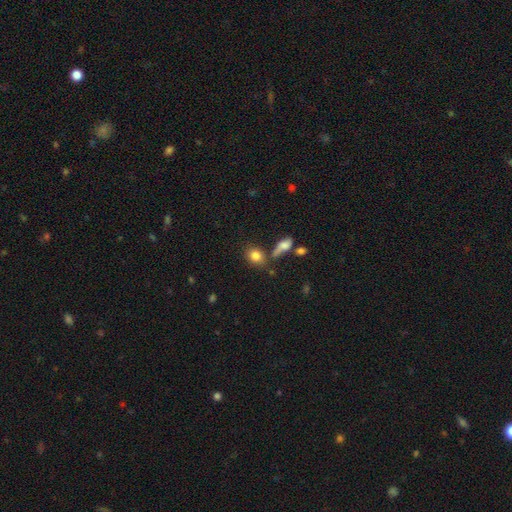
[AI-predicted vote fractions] Smooth or featured: smooth — 82% (star or artifact — 10%)
How rounded: in between — 55% (round — 42%)
Merging: none — 62% (merger — 18%)